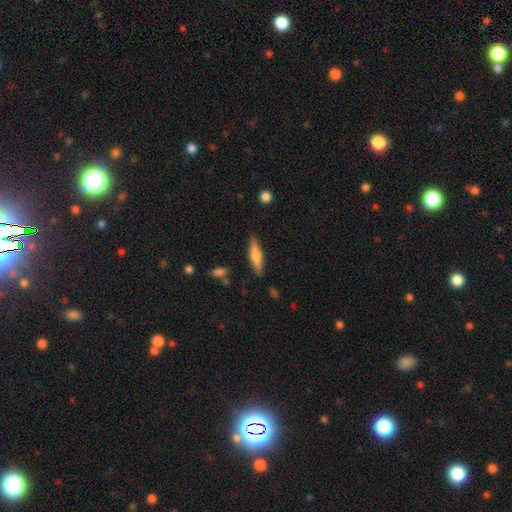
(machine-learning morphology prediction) A smooth galaxy with no disk features (55%) that is cigar-shaped (76%). Merging: none (86%).